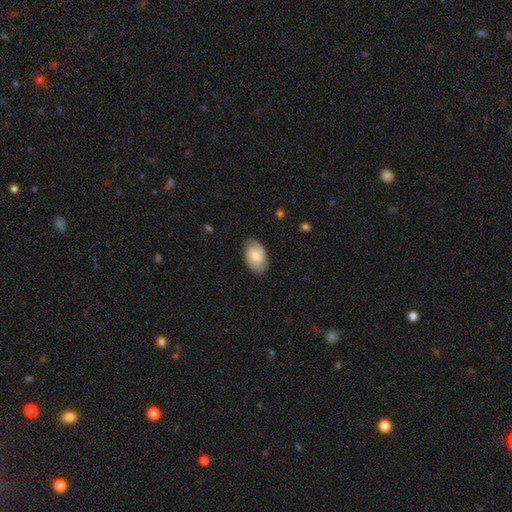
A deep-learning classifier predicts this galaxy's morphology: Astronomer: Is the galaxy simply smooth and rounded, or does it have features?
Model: smooth — 53% (runner-up: featured or disk, 40%).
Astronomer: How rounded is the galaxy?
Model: in between — 92%.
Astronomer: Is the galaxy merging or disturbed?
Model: none — 78%.